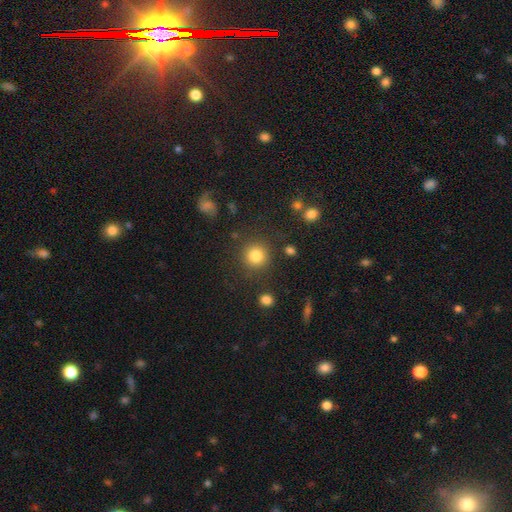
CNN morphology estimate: Smooth or featured? smooth (83%)
How rounded? round (93%)
Merging? none (86%)